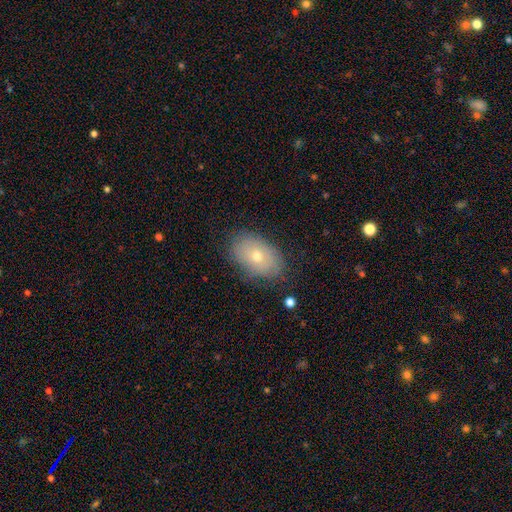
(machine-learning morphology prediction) Smooth or featured?
  - smooth: 64% *
  - featured or disk: 26%
  - star or artifact: 9%
How rounded?
  - in between: 86% *
  - round: 13%
  - cigar-shaped: 1%
Merging?
  - none: 81% *
  - minor disturbance: 14%
  - major disturbance: 4%
  - merger: 1%